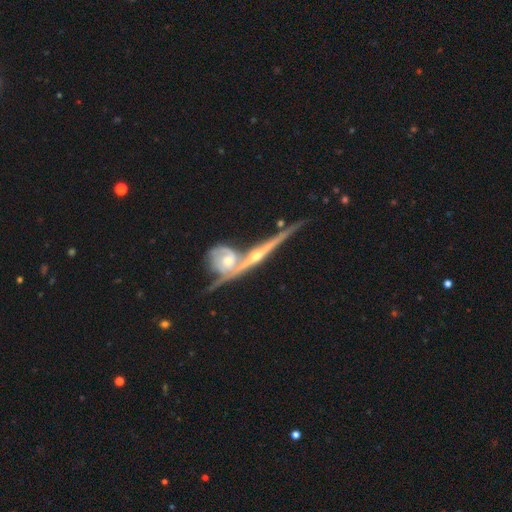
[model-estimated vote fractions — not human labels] This appears to be a featured or disk galaxy (87%) viewed edge-on (94%) with a rounded central bulge (82%). Merging: none (55%).